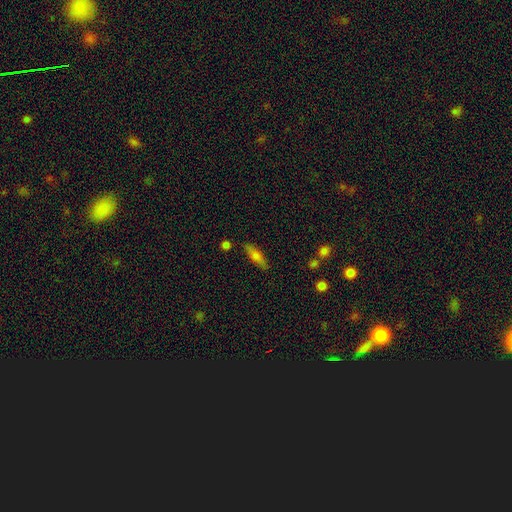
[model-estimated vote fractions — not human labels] Morphology: type=smooth (69%); roundness=cigar-shaped (56%); merging=none (82%).